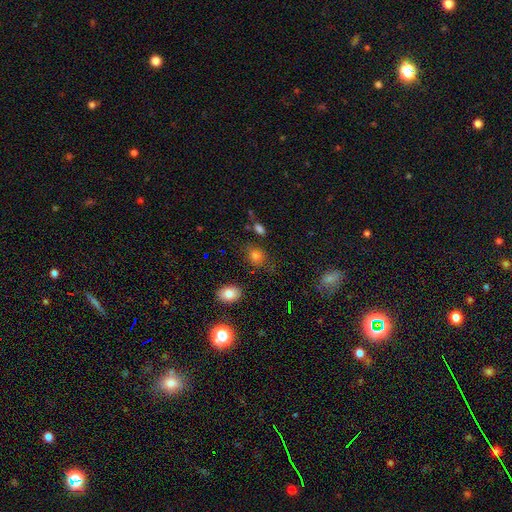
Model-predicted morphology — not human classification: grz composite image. It shows a smooth galaxy with no disk features (80%) that is in between round and cigar-shaped (58%). Merging: none (72%).